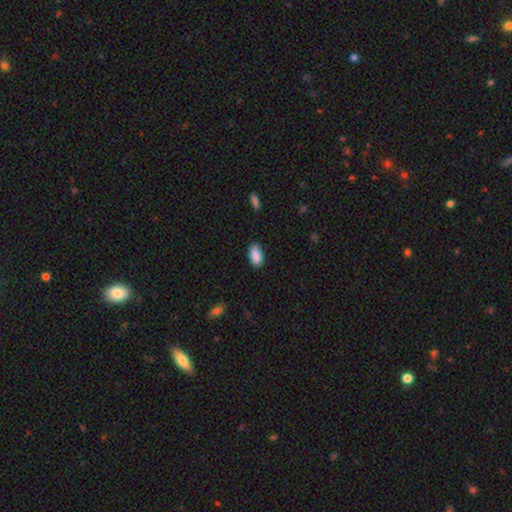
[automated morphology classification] Smooth or featured? smooth (89%)
How rounded? in between (94%)
Merging? none (80%)